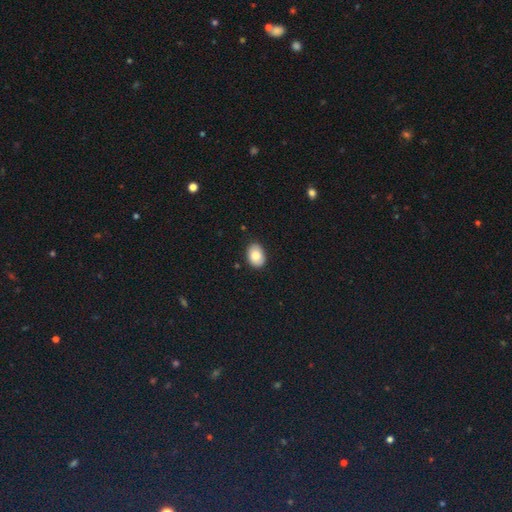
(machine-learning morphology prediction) Overall: smooth (84%). How rounded: in between (82%). Merging: none (85%).